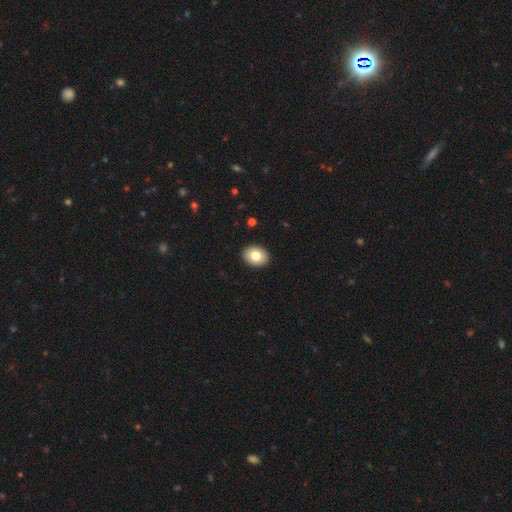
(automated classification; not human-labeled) Overall: smooth (80%). How rounded: in between (66%; round 33%). Merging: none (91%).